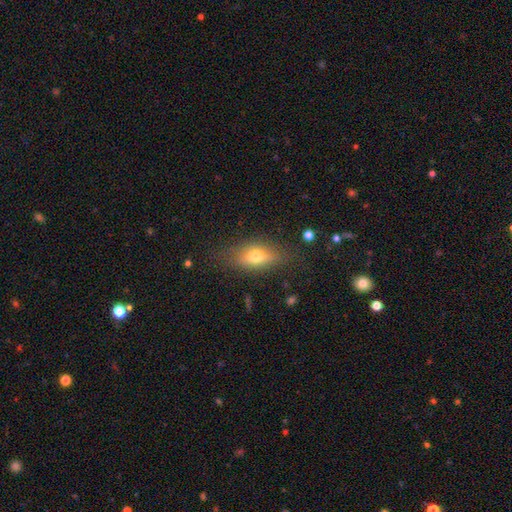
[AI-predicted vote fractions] Q: Smooth or featured?
A: smooth (61%); runner-up: featured or disk (29%)
Q: How rounded?
A: in between (75%); runner-up: cigar-shaped (16%)
Q: Merging?
A: none (74%); runner-up: minor disturbance (17%)